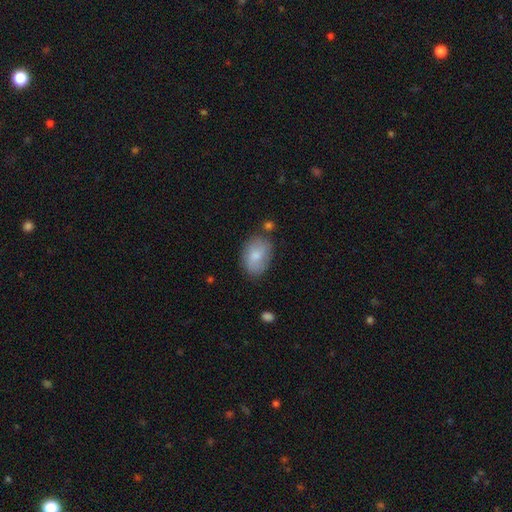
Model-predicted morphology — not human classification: smooth 74%, featured or disk 19%, star or artifact 7%. Down the decision tree: how rounded — in between (85%); merging — none (68%).